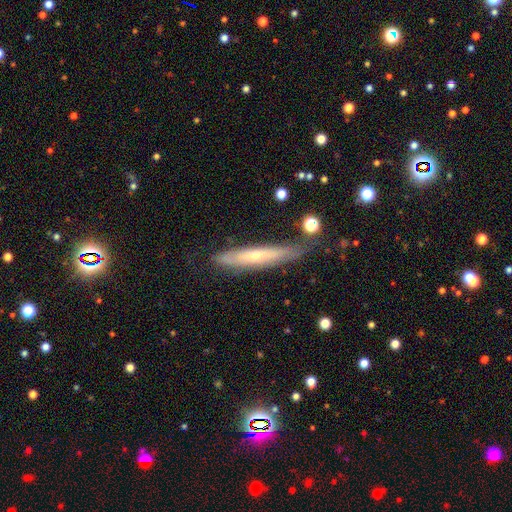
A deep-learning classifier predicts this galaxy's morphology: Smooth or featured?
  - featured or disk: 57% *
  - smooth: 36%
  - star or artifact: 7%
Edge-on disk?
  - yes: 74% *
  - no: 26%
Merging?
  - none: 71% *
  - minor disturbance: 21%
  - major disturbance: 5%
  - merger: 3%